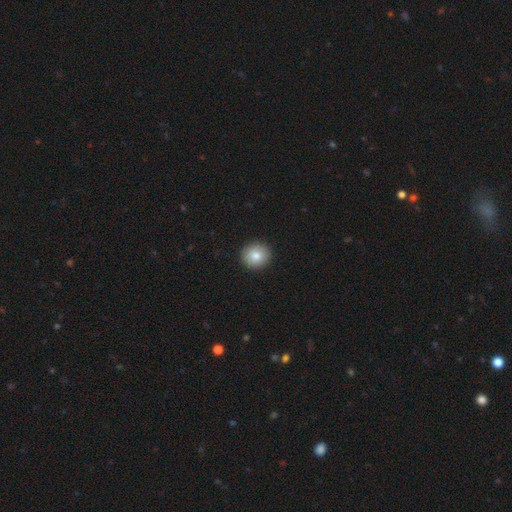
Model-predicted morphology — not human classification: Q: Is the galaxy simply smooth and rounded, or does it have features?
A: smooth — 83%.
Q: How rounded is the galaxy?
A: round — 90%.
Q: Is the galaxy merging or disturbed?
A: none — 93%.